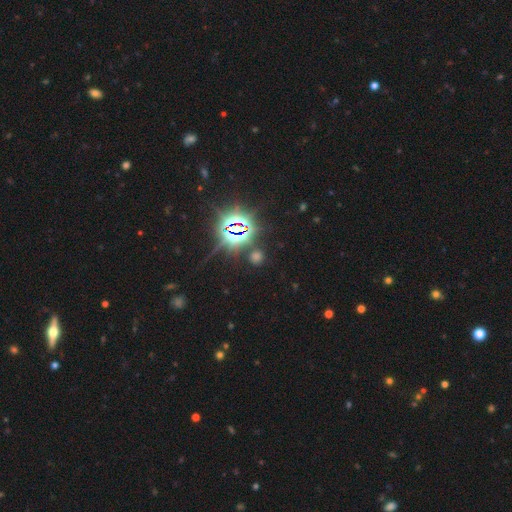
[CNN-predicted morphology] star or artifact 70%, smooth 23%, featured or disk 7%.